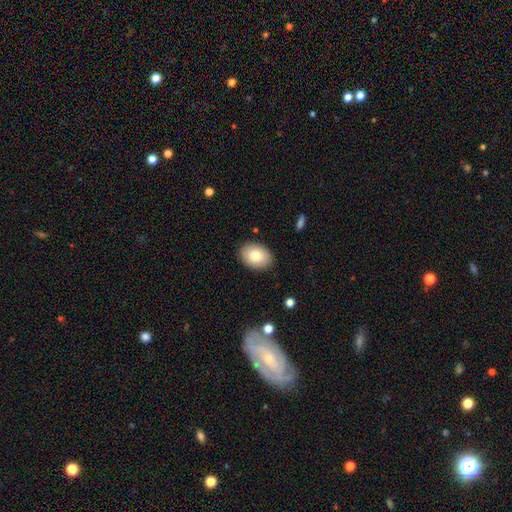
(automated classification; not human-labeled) smooth_or_featured: smooth (p=0.82) [alt: featured or disk p=0.11]
how_rounded: in between (p=0.81) [alt: round p=0.18]
merging: none (p=0.87) [alt: minor disturbance p=0.09]